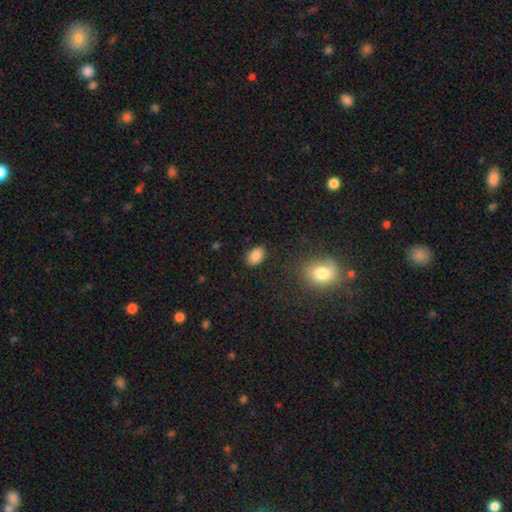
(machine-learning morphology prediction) This is clearly a smooth galaxy (85%). How rounded: clearly in between (84%). Merging: clearly none (84%).